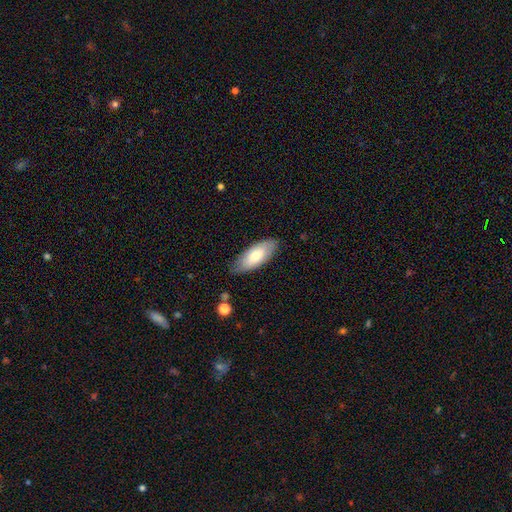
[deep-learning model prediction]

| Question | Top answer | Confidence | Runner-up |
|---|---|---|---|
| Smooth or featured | smooth | 69% | featured or disk (25%) |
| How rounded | in between | 86% | cigar-shaped (12%) |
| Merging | none | 81% | minor disturbance (15%) |